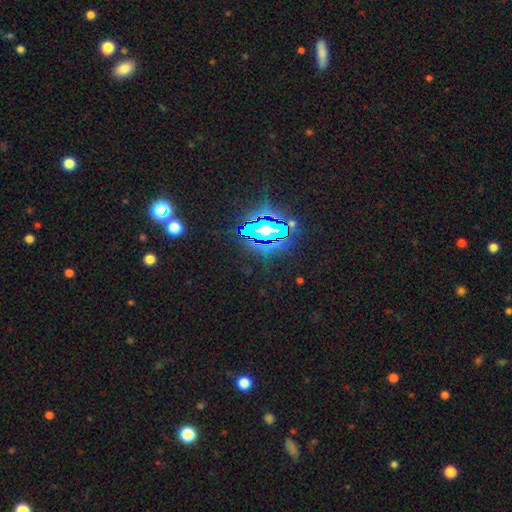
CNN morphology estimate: This appears to be a star or artifact, not a galaxy (83%).